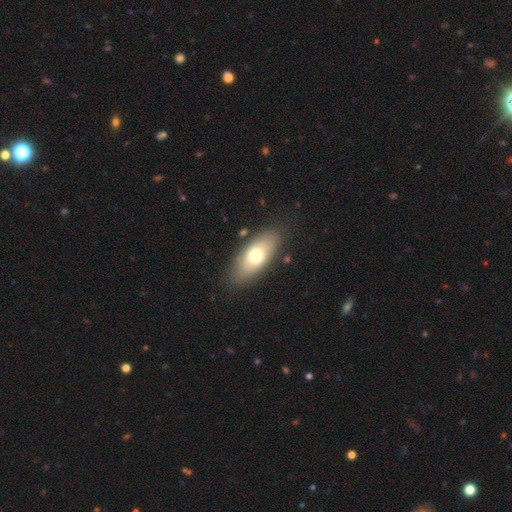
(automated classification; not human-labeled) A smooth galaxy with no disk features (69%) that is in between round and cigar-shaped (83%).

Vote fractions:
- Smooth or featured? smooth: 69% / featured or disk: 25% / star or artifact: 7%
- How rounded? in between: 83% / cigar-shaped: 14% / round: 3%
- Merging? none: 83% / minor disturbance: 12% / major disturbance: 4% / merger: 2%